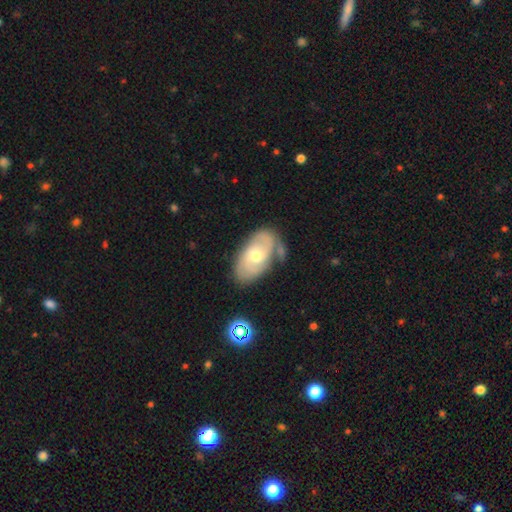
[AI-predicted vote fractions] Smooth or featured? Predicted: featured or disk (p=0.67). Edge-on disk? Predicted: no (p=0.94). Bar? Predicted: no (p=0.59). Spiral arms? Predicted: yes (p=0.82). Spiral winding? Predicted: tight (p=0.43). Spiral arm count? Predicted: 2 (p=0.59). Bulge size? Predicted: moderate (p=0.62). Merging? Predicted: none (p=0.63).